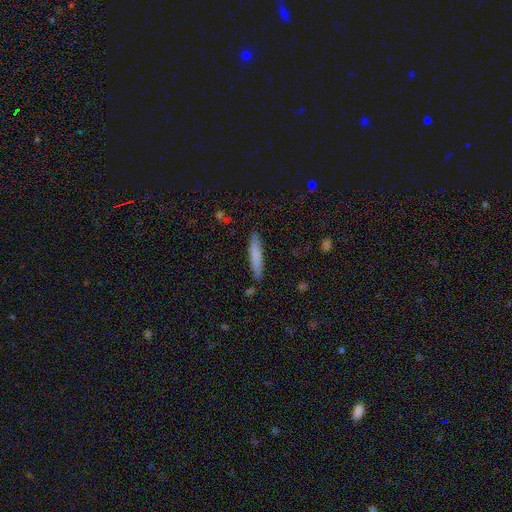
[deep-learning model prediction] Smooth or featured: smooth — 77% (featured or disk — 16%)
How rounded: cigar-shaped — 90% (in between — 9%)
Merging: none — 85% (minor disturbance — 10%)